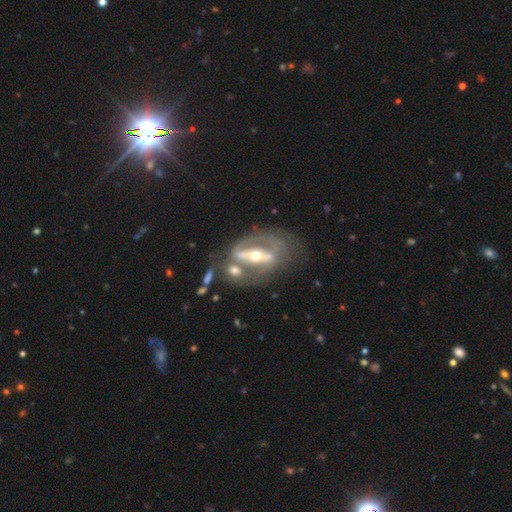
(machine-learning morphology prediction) Smooth or featured?
  - featured or disk: 83% *
  - smooth: 11%
  - star or artifact: 6%
Edge-on disk?
  - no: 88% *
  - yes: 12%
Bar?
  - strong: 66% *
  - weak: 19%
  - no: 16%
Spiral arms?
  - yes: 62% *
  - no: 38%
Bulge size?
  - moderate: 61% *
  - small: 32%
  - large: 4%
  - dominant: 1%
  - none: 1%
Merging?
  - none: 43% *
  - merger: 23%
  - major disturbance: 17%
  - minor disturbance: 17%